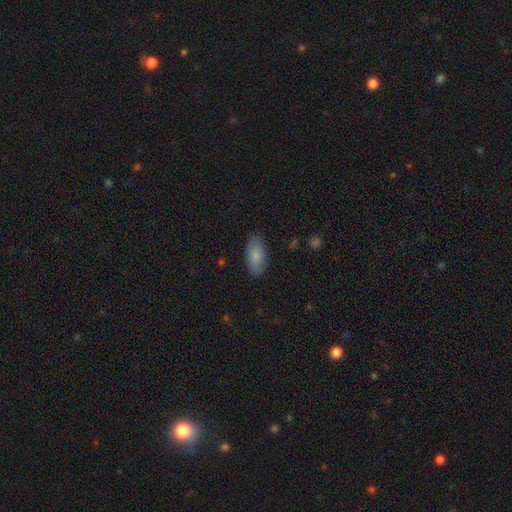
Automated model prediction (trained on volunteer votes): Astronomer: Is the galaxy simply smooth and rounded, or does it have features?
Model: smooth — 84%.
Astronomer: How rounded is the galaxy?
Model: in between — 90%.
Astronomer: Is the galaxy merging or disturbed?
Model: none — 86%.